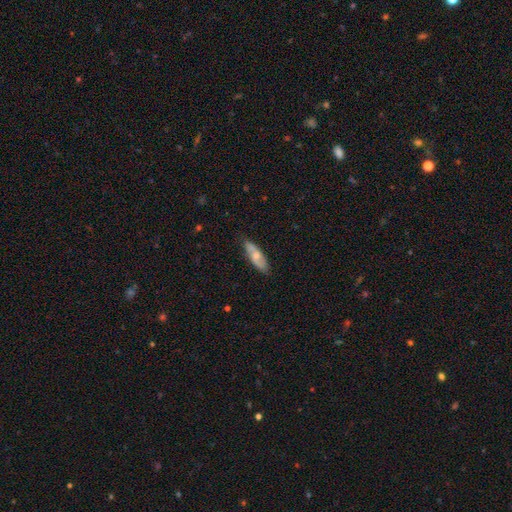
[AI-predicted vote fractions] This is possibly a smooth galaxy (56%). How rounded: likely in between (62%). Merging: likely none (79%).